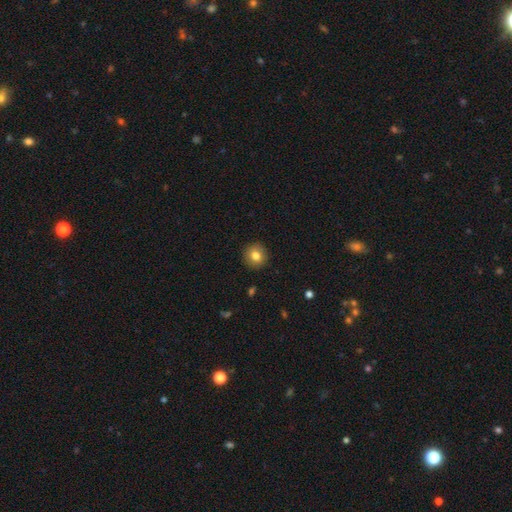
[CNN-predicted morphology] Smooth or featured? Predicted: smooth (p=0.81). How rounded? Predicted: round (p=0.93). Merging? Predicted: none (p=0.92).